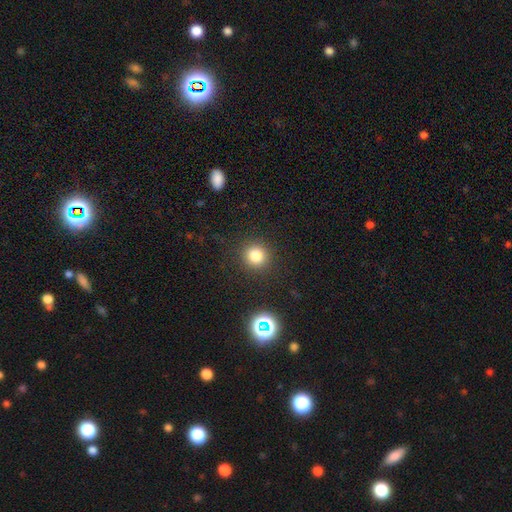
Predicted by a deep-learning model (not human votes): Morphology: type=smooth (80%); roundness=round (93%); merging=none (90%).